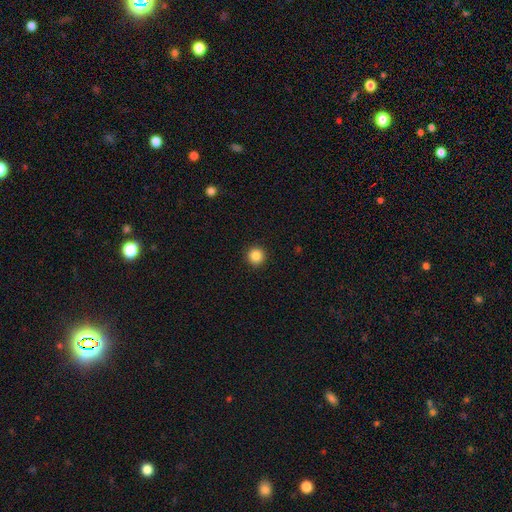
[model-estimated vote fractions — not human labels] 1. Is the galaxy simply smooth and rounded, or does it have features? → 86% smooth, 10% star or artifact, 3% featured or disk.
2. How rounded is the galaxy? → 96% round, 3% in between, 1% cigar-shaped.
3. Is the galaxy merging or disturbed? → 93% none, 5% minor disturbance, 2% major disturbance, 1% merger.